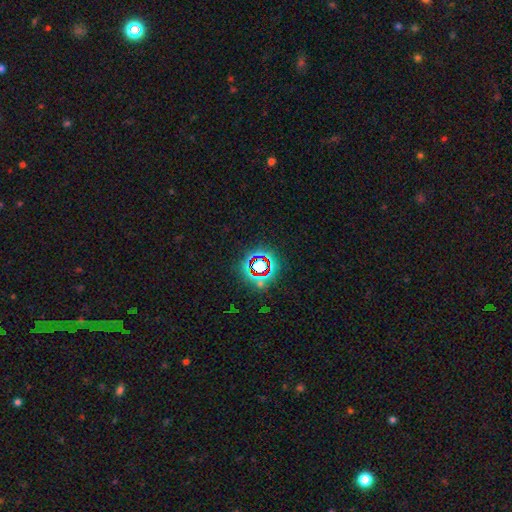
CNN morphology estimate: star or artifact 78%, smooth 13%, featured or disk 9%.